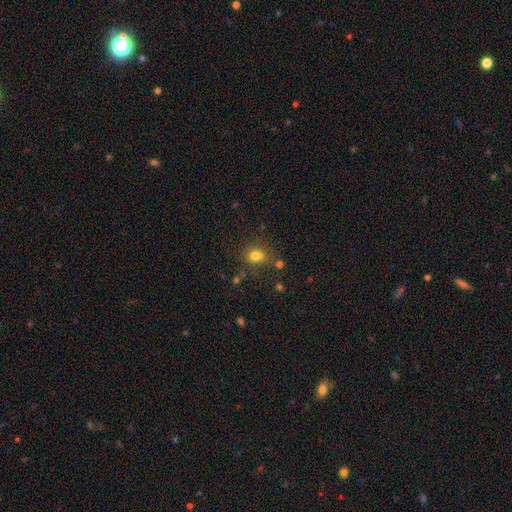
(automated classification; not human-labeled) This is likely a smooth galaxy (72%). How rounded: possibly round (58%). Merging: possibly none (49%).